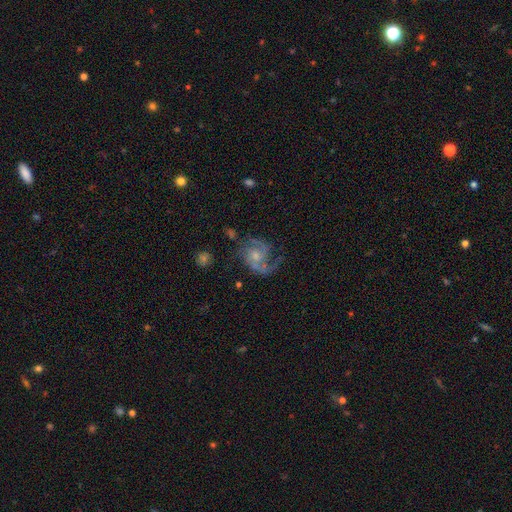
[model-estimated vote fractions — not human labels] smooth-or-featured: featured or disk: 85% | smooth: 8% | star or artifact: 7%
  disk-edge-on: no: 98% | yes: 2%
    bar: no: 67% | weak: 28% | strong: 5%
    has-spiral-arms: yes: 96% | no: 4%
      spiral-winding: medium: 52% | tight: 27% | loose: 21%
      spiral-arm-count: 2: 58% | 3: 17% | can't tell: 10% | 1: 8% | 4: 4% | more than 4: 3%
    bulge-size: small: 49% | moderate: 44% | none: 4% | large: 3% | dominant: 1%
  merging: none: 63% | minor disturbance: 19% | major disturbance: 16% | merger: 3%